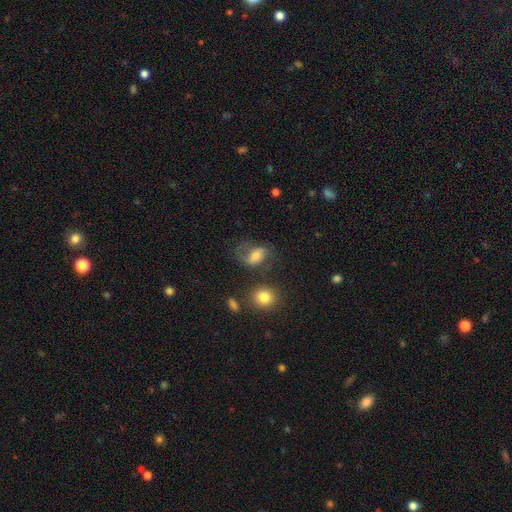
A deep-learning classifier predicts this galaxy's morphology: smooth-or-featured: smooth: 49% | featured or disk: 40% | star or artifact: 11%
  merging: none: 48% | major disturbance: 24% | minor disturbance: 23% | merger: 5%